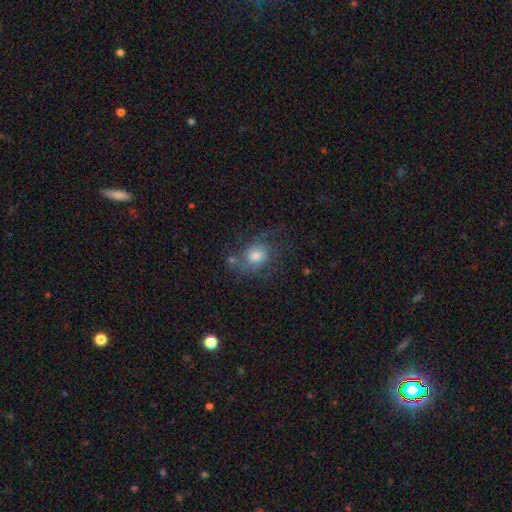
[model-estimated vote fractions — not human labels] smooth-or-featured: smooth: 55% | featured or disk: 33% | star or artifact: 12%
  how-rounded: round: 62% | in between: 36% | cigar-shaped: 1%
  merging: none: 50% | minor disturbance: 23% | major disturbance: 20% | merger: 6%